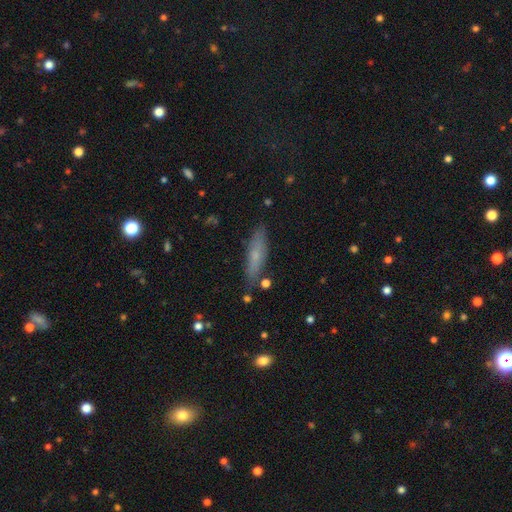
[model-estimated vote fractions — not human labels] A smooth galaxy with no disk features (63%) that is cigar-shaped (71%). Merging: none (82%).